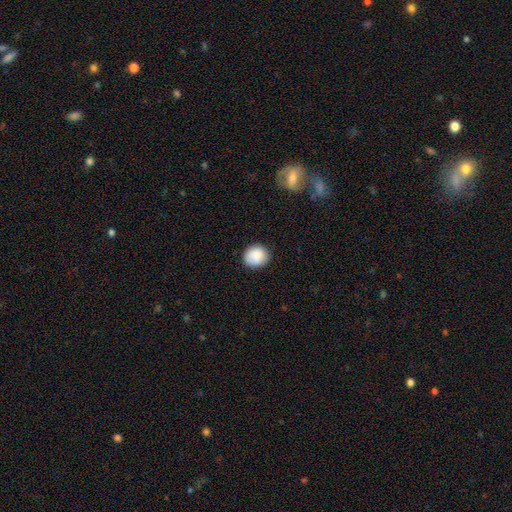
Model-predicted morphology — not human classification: Smooth or featured? smooth (88%)
How rounded? round (82%)
Merging? none (85%)